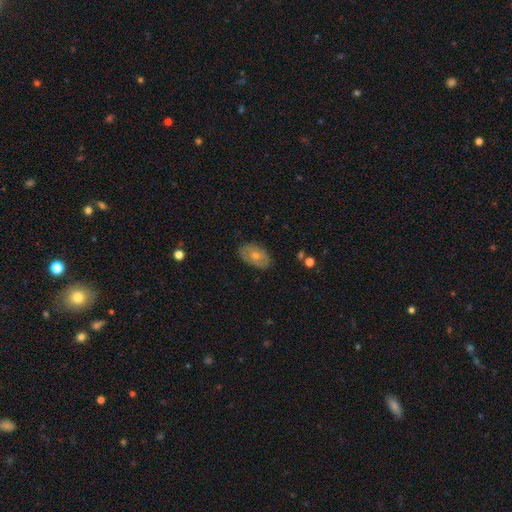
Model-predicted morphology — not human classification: Overall: smooth (62%; featured or disk 31%). How rounded: in between (90%). Merging: none (77%).